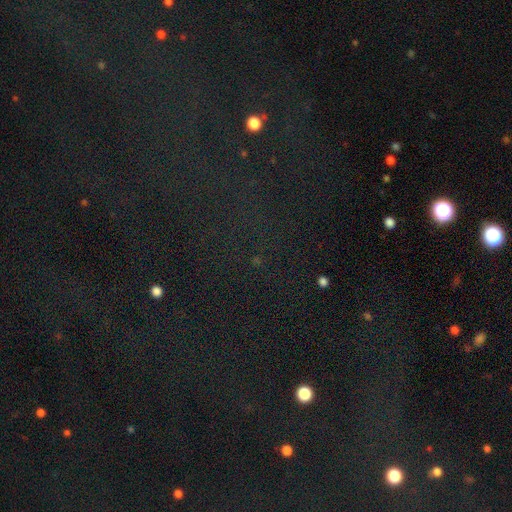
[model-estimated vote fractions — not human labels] Smooth or featured? star or artifact (77%)